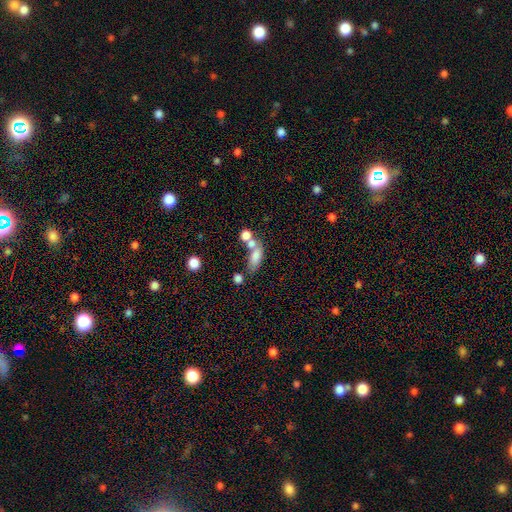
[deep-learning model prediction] This appears to be a smooth galaxy with no disk features (73%) that is in between round and cigar-shaped (75%). Merging: merger (44%).